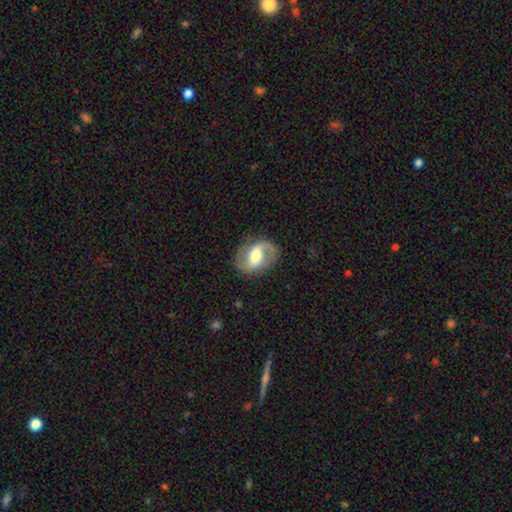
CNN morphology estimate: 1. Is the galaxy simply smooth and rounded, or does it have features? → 80% featured or disk, 15% smooth, 6% star or artifact.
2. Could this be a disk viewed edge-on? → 97% no, 3% yes.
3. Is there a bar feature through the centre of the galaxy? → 45% weak, 30% strong, 25% no.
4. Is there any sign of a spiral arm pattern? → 90% yes, 10% no.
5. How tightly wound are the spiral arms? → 45% medium, 41% loose, 15% tight.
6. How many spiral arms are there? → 89% 2, 4% 1, 3% can't tell, 1% 3, 1% 4, 1% more than 4.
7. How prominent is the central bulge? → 61% moderate, 21% large, 14% small, 2% dominant, 2% none.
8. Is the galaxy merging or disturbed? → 81% none, 12% minor disturbance, 6% major disturbance, 1% merger.